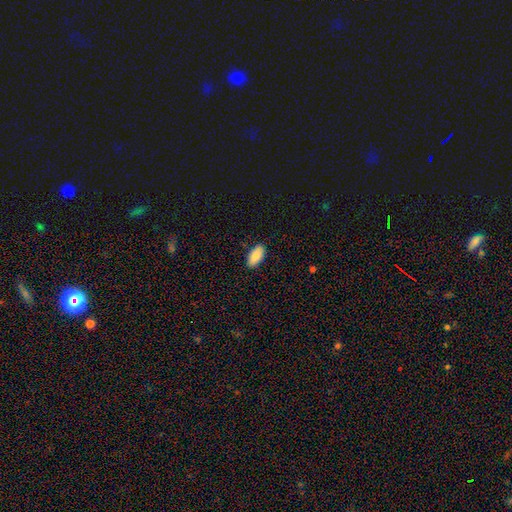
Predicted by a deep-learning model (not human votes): Smooth or featured? Predicted: smooth (p=0.87). How rounded? Predicted: in between (p=0.94). Merging? Predicted: none (p=0.87).